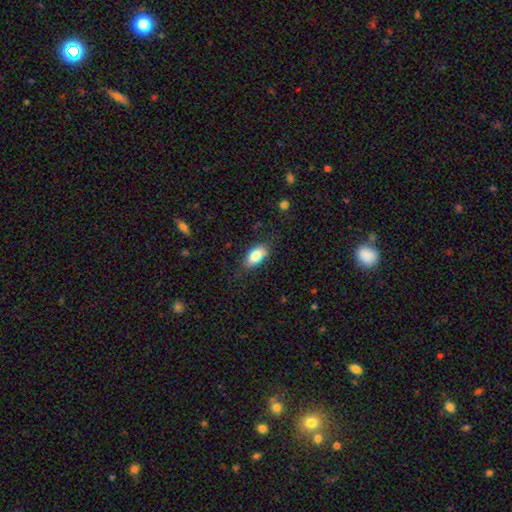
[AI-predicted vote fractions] Smooth or featured: smooth — 80% (featured or disk — 13%)
How rounded: in between — 91% (round — 5%)
Merging: none — 78% (minor disturbance — 16%)